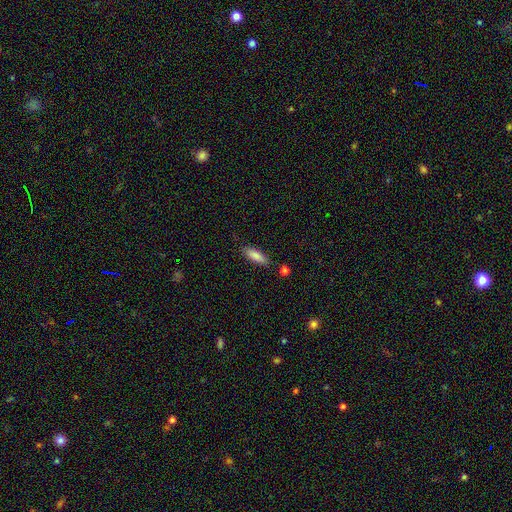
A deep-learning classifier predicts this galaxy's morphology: A smooth galaxy with no disk features (85%) that is in between round and cigar-shaped (55%).

Vote fractions:
- Smooth or featured? smooth: 85% / featured or disk: 8% / star or artifact: 7%
- How rounded? in between: 55% / cigar-shaped: 43% / round: 2%
- Merging? none: 82% / minor disturbance: 12% / merger: 3% / major disturbance: 3%